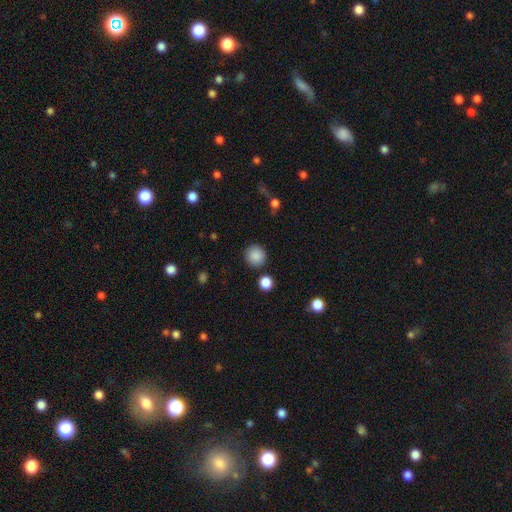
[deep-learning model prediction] Smooth or featured: smooth — 88% (star or artifact — 9%)
How rounded: round — 93% (in between — 6%)
Merging: none — 88% (minor disturbance — 7%)